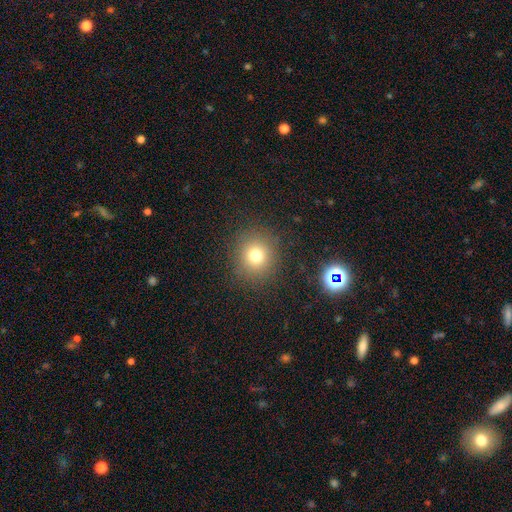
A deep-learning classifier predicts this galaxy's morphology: A smooth galaxy with no disk features (75%) that is round (89%). Merging: none (88%).